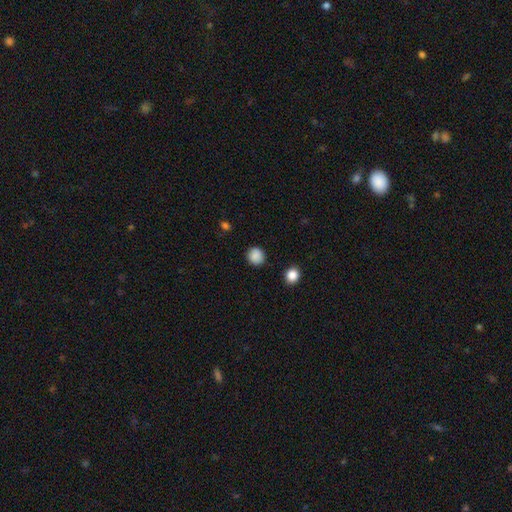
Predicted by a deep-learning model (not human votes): A smooth galaxy with no disk features (87%) that is round (89%).

Vote fractions:
- Smooth or featured? smooth: 87% / star or artifact: 10% / featured or disk: 3%
- How rounded? round: 89% / in between: 10% / cigar-shaped: 1%
- Merging? none: 88% / minor disturbance: 8% / major disturbance: 2% / merger: 2%